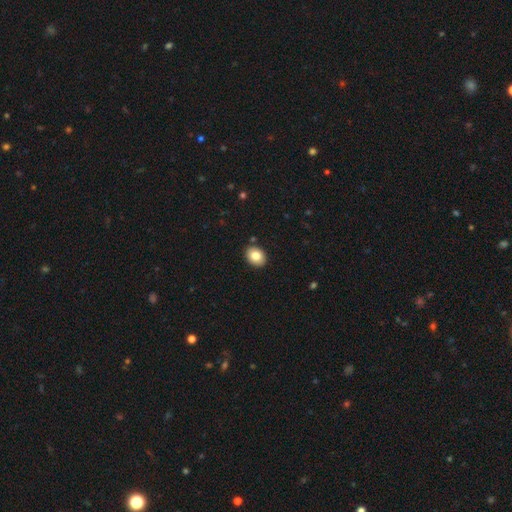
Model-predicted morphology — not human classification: type=smooth (82%); roundness=in between (60%); merging=none (89%).